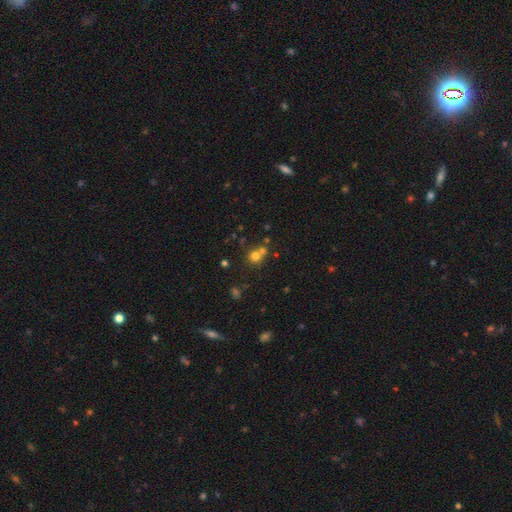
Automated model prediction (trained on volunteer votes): smooth_or_featured: smooth (p=0.69) [alt: star or artifact p=0.20]
how_rounded: round (p=0.86) [alt: in between p=0.13]
merging: none (p=0.53) [alt: merger p=0.36]